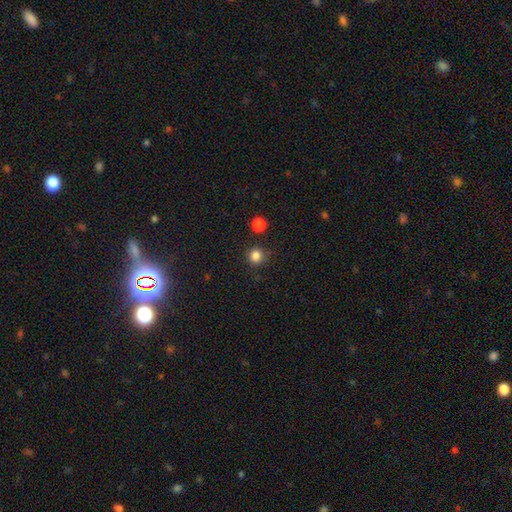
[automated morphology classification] This appears to be a smooth galaxy with no disk features (83%) that is round (93%). Merging: none (85%).